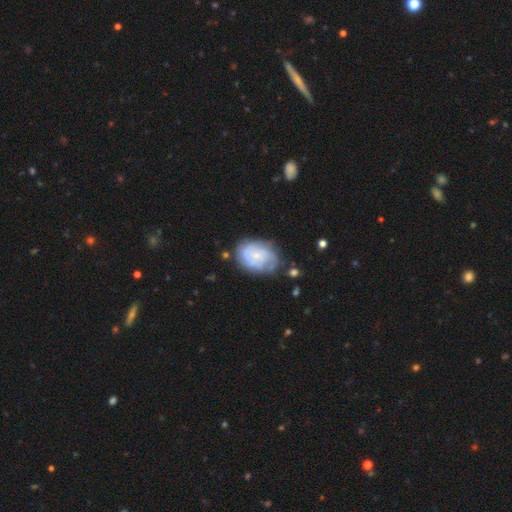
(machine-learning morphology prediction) smooth_or_featured: featured or disk (p=0.63) [alt: smooth p=0.30]
disk_edge_on: no (p=0.97) [alt: yes p=0.03]
bar: no (p=0.76) [alt: weak p=0.21]
has_spiral_arms: yes (p=0.80) [alt: no p=0.20]
bulge_size: small (p=0.73) [alt: moderate p=0.16]
merging: none (p=0.61) [alt: minor disturbance p=0.24]